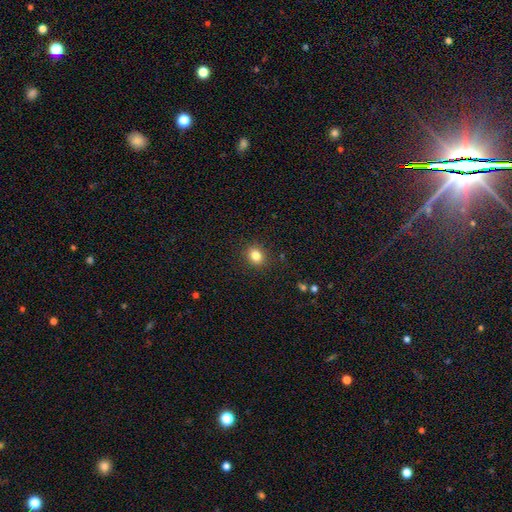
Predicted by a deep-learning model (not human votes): This appears to be a smooth galaxy with no disk features (82%) that is round (67%). Merging: none (89%).